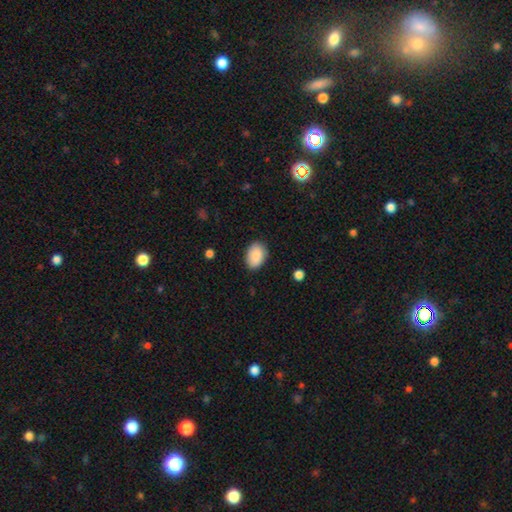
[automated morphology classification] A smooth galaxy with no disk features (90%) that is in between round and cigar-shaped (87%).

Vote fractions:
- Smooth or featured? smooth: 90% / star or artifact: 7% / featured or disk: 4%
- How rounded? in between: 87% / round: 12% / cigar-shaped: 1%
- Merging? none: 85% / minor disturbance: 11% / major disturbance: 3% / merger: 1%